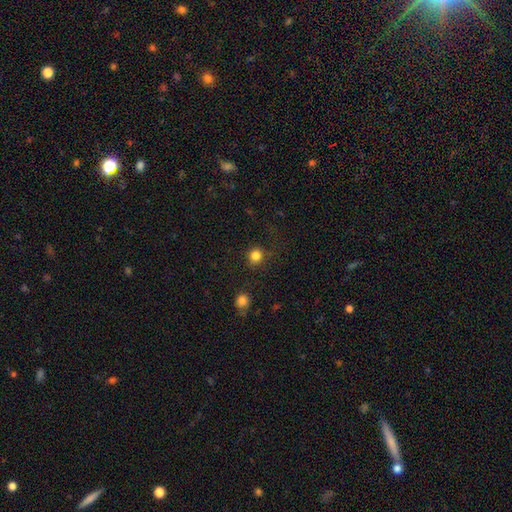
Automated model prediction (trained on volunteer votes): This appears to be a smooth galaxy with no disk features (83%) that is round (90%). Merging: none (85%).